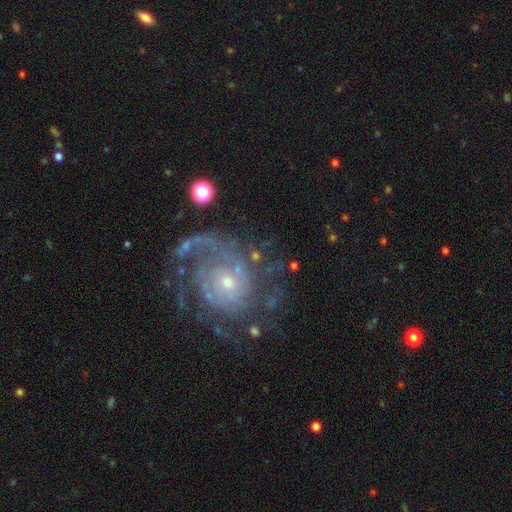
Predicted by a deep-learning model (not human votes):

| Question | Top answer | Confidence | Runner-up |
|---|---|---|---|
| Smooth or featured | featured or disk | 81% | smooth (10%) |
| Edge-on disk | no | 98% | yes (2%) |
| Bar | no | 76% | weak (20%) |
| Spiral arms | yes | 90% | no (10%) |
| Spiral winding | tight | 48% | medium (34%) |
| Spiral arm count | can't tell | 29% | tied: 2 (29%) |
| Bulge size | small | 61% | moderate (33%) |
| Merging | none | 52% | major disturbance (27%) |